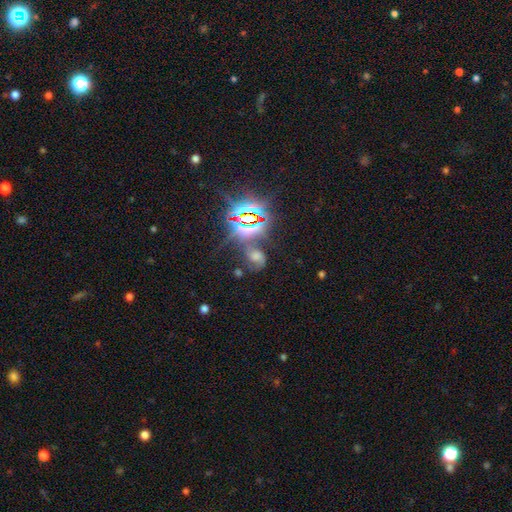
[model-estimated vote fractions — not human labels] smooth-or-featured: featured or disk: 38% | star or artifact: 37% | smooth: 25%
  merging: none: 49% | minor disturbance: 20% | major disturbance: 17% | merger: 13%